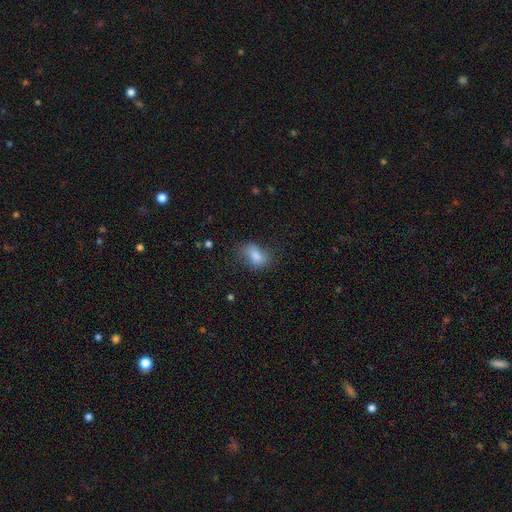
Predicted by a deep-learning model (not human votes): A smooth galaxy with no disk features (79%) that is in between round and cigar-shaped (83%). Merging: none (59%).